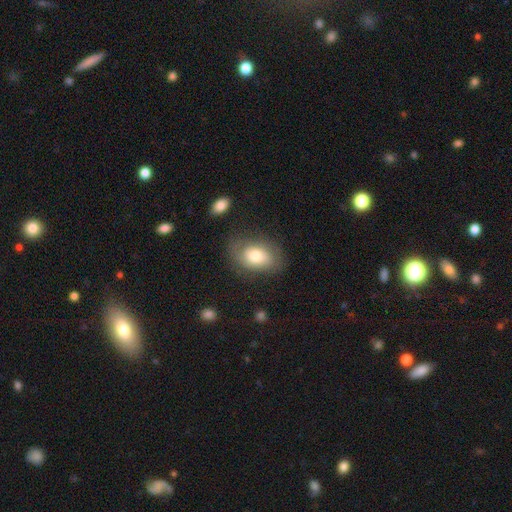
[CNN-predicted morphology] smooth 69%, featured or disk 23%, star or artifact 8%. Down the decision tree: how rounded — in between (79%); merging — none (71%).